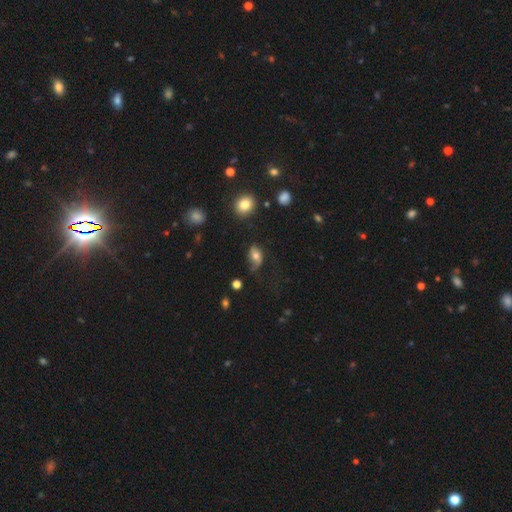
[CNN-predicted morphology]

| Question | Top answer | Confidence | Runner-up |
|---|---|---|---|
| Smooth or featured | smooth | 58% | featured or disk (31%) |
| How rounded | in between | 81% | round (16%) |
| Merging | none | 43% | minor disturbance (32%) |